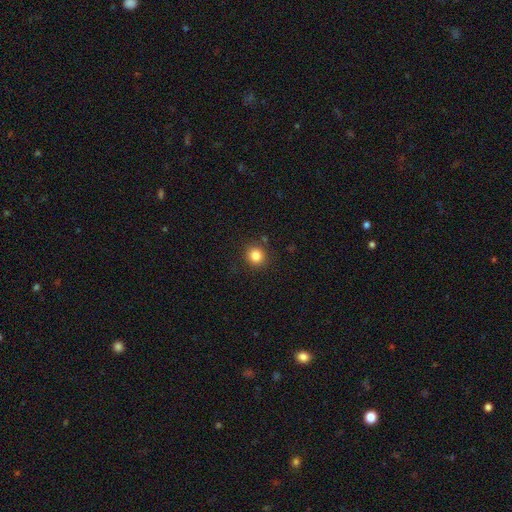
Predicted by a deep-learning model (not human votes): A smooth galaxy with no disk features (83%) that is round (91%).

Vote fractions:
- Smooth or featured? smooth: 83% / star or artifact: 12% / featured or disk: 5%
- How rounded? round: 91% / in between: 8% / cigar-shaped: 1%
- Merging? none: 88% / minor disturbance: 7% / major disturbance: 2% / merger: 2%